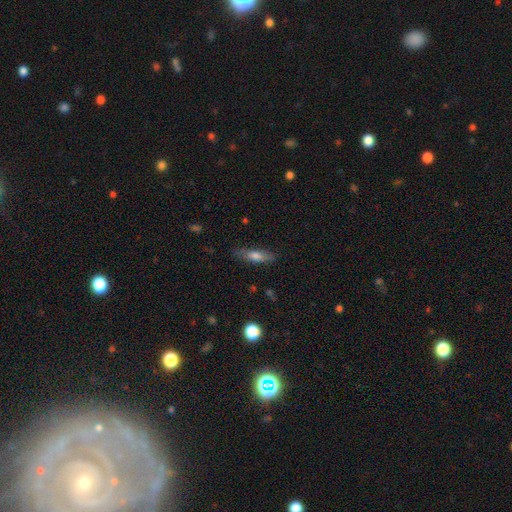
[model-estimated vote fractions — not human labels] Smooth or featured? smooth (70%)
How rounded? cigar-shaped (60%)
Merging? none (76%)